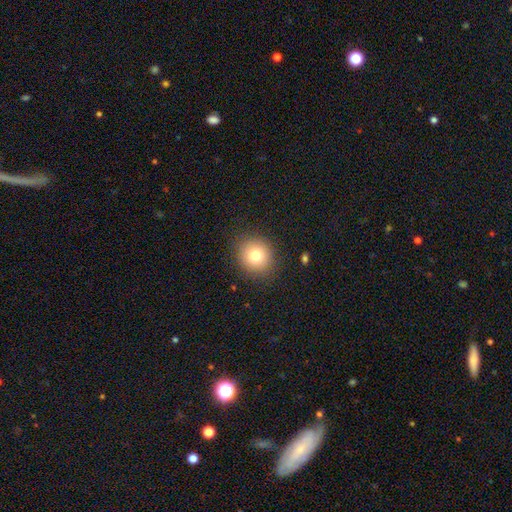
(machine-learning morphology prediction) Smooth or featured? smooth (78%)
How rounded? round (87%)
Merging? none (88%)